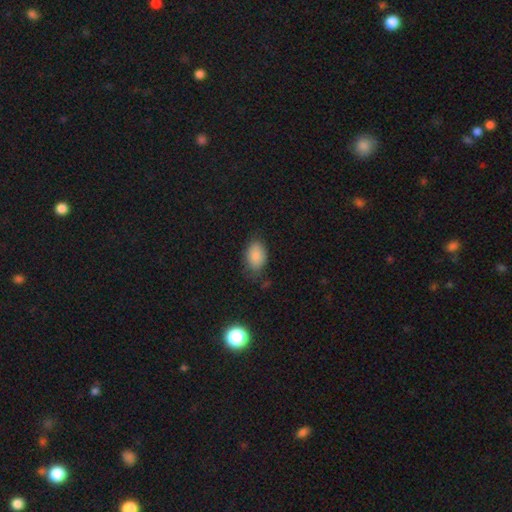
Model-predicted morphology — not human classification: A smooth galaxy with no disk features (85%) that is in between round and cigar-shaped (87%).

Vote fractions:
- Smooth or featured? smooth: 85% / star or artifact: 9% / featured or disk: 6%
- How rounded? in between: 87% / round: 11% / cigar-shaped: 1%
- Merging? none: 68% / minor disturbance: 24% / major disturbance: 6% / merger: 2%